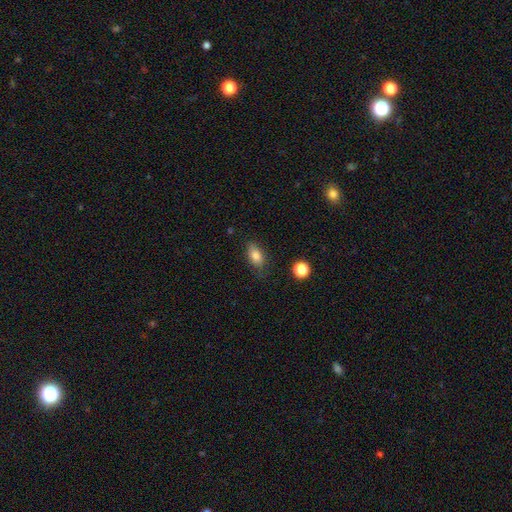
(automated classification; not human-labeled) Q: Smooth or featured?
A: smooth (82%); runner-up: star or artifact (9%)
Q: How rounded?
A: in between (87%); runner-up: round (9%)
Q: Merging?
A: none (76%); runner-up: minor disturbance (18%)